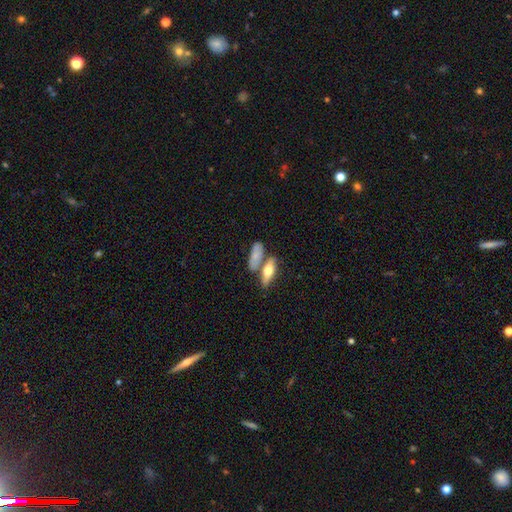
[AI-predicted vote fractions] Smooth or featured? Predicted: smooth (p=0.68). How rounded? Predicted: in between (p=0.67). Merging? Predicted: none (p=0.46).